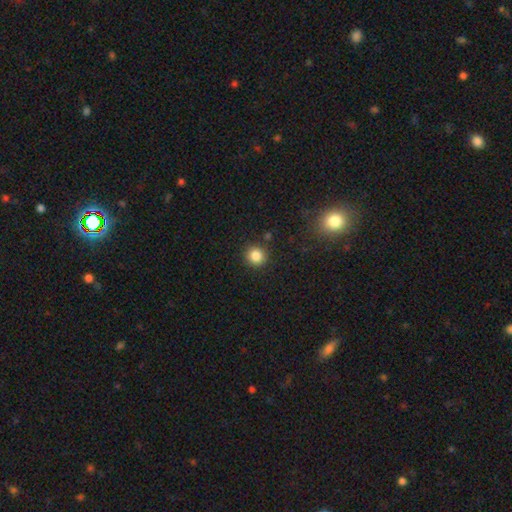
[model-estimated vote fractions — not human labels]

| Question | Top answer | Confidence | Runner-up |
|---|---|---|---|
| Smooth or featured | smooth | 84% | star or artifact (11%) |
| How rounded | round | 92% | in between (7%) |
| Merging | none | 89% | minor disturbance (7%) |